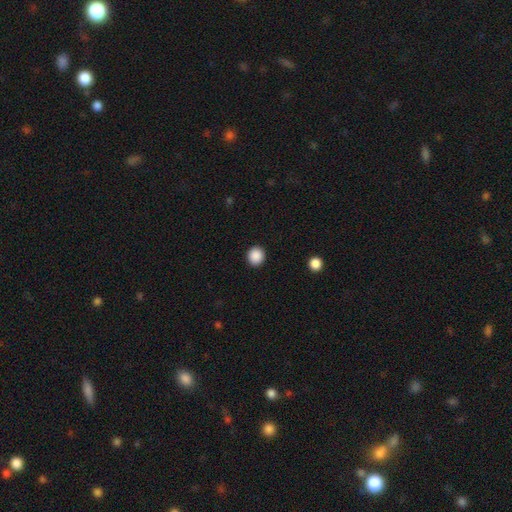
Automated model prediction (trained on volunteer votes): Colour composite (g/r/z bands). It shows a smooth galaxy with no disk features (89%) that is round (90%). Merging: none (92%).